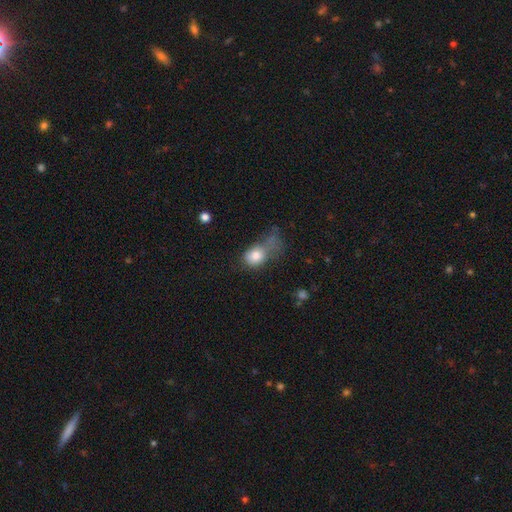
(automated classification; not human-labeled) Smooth or featured?
  - smooth: 78% *
  - featured or disk: 13%
  - star or artifact: 10%
How rounded?
  - in between: 62% *
  - round: 36%
  - cigar-shaped: 2%
Merging?
  - major disturbance: 45% *
  - minor disturbance: 25%
  - none: 20%
  - merger: 10%